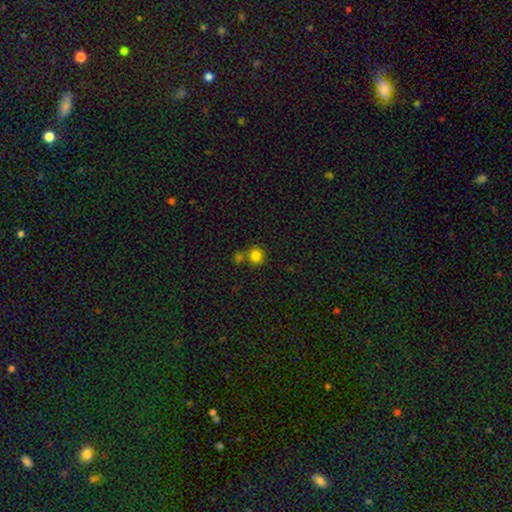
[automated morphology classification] A smooth galaxy with no disk features (83%) that is round (91%). Merging: none (65%).